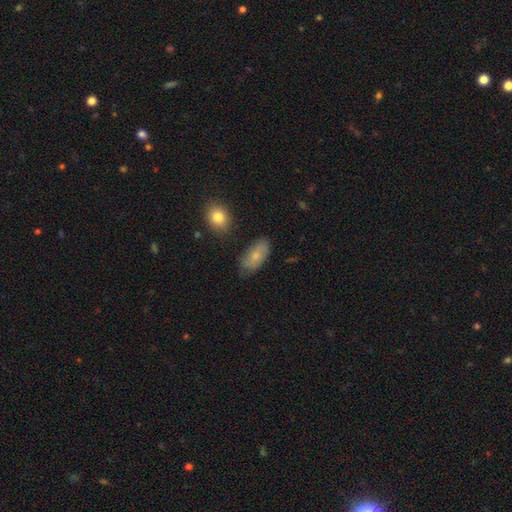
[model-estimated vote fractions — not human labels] smooth_or_featured: smooth (p=0.73) [alt: featured or disk p=0.20]
how_rounded: in between (p=0.91) [alt: cigar-shaped p=0.05]
merging: none (p=0.72) [alt: minor disturbance p=0.21]